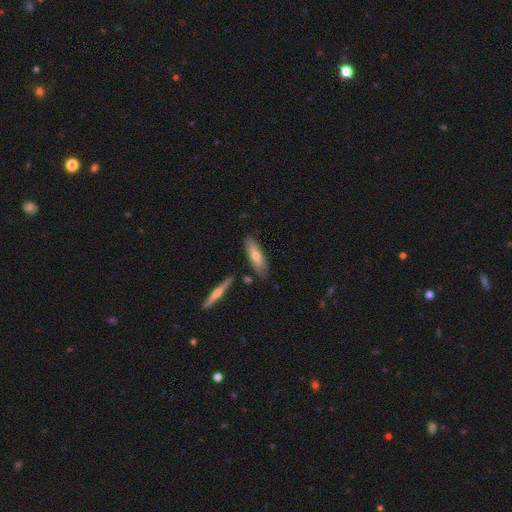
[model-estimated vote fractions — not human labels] This is possibly a smooth galaxy (53%). How rounded: possibly cigar-shaped (52%). Merging: likely none (78%).